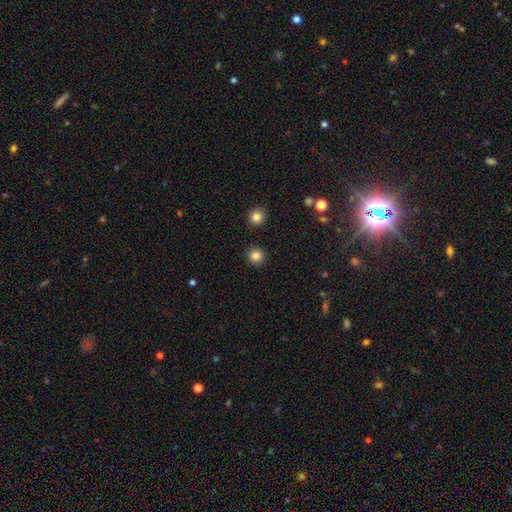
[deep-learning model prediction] smooth 85%, star or artifact 11%, featured or disk 4%. Down the decision tree: how rounded — round (92%); merging — none (91%).